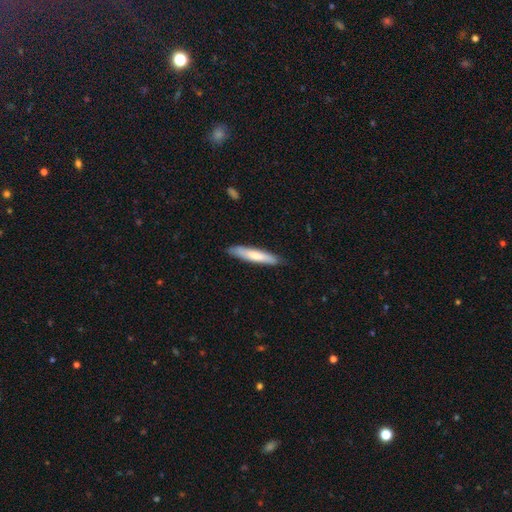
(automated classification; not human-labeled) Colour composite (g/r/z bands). It shows a smooth galaxy with no disk features (69%) that is cigar-shaped (88%). Merging: none (85%).